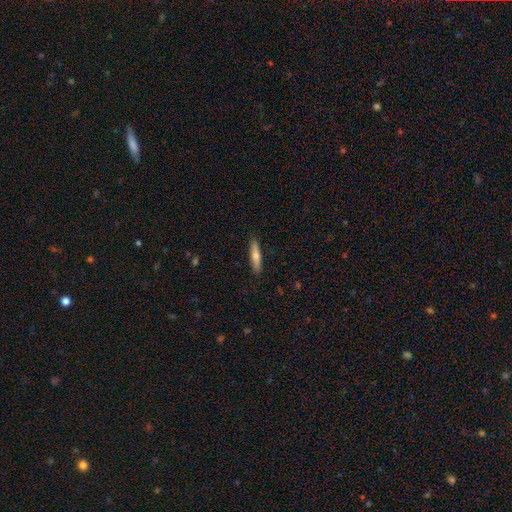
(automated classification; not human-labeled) Overall: smooth (65%; featured or disk 29%). How rounded: cigar-shaped (81%). Merging: none (89%).